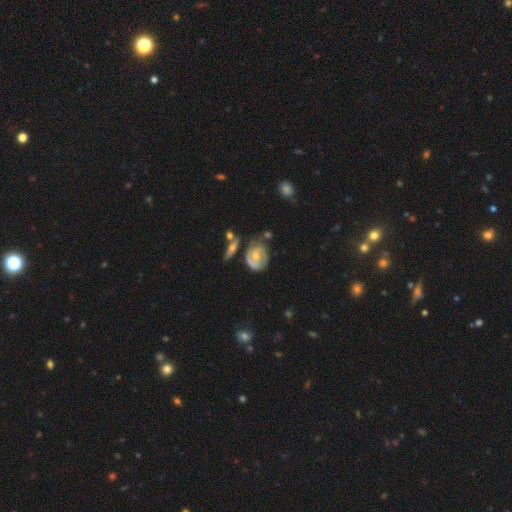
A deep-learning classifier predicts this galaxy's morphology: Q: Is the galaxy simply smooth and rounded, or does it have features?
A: featured or disk — 70%.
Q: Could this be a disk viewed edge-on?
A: no — 96%.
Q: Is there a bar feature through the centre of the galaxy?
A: no — 66%.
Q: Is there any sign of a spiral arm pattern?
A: yes — 78%.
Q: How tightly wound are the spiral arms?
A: tight — 62%.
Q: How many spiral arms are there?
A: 2 — 41%.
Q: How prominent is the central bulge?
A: moderate — 55%.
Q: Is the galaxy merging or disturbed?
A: none — 49%.